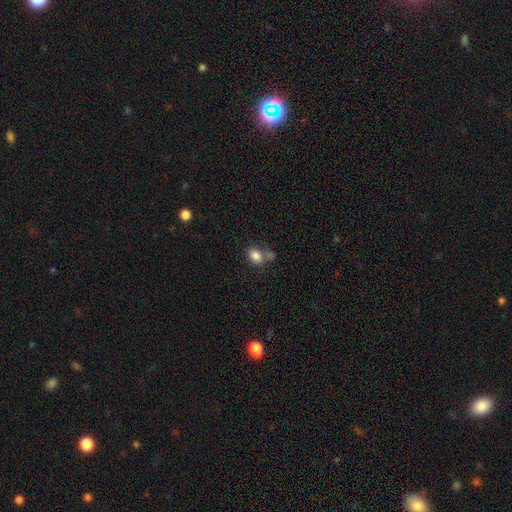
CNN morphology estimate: Smooth or featured?
  - smooth: 83% *
  - star or artifact: 10%
  - featured or disk: 7%
How rounded?
  - in between: 70% *
  - round: 29%
  - cigar-shaped: 1%
Merging?
  - none: 52% *
  - merger: 23%
  - minor disturbance: 18%
  - major disturbance: 8%